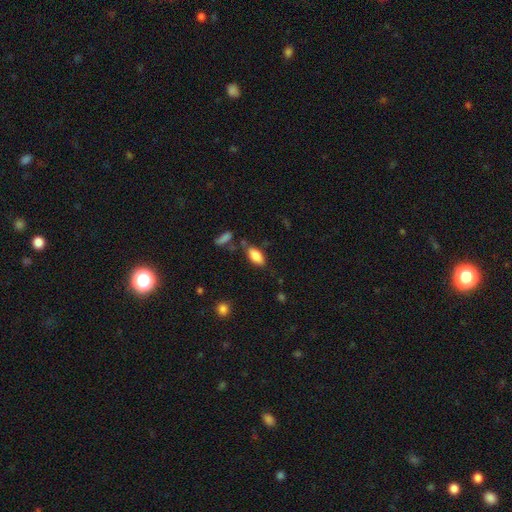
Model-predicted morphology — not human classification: smooth_or_featured: smooth (p=0.84) [alt: featured or disk p=0.09]
how_rounded: in between (p=0.89) [alt: cigar-shaped p=0.09]
merging: none (p=0.71) [alt: minor disturbance p=0.17]